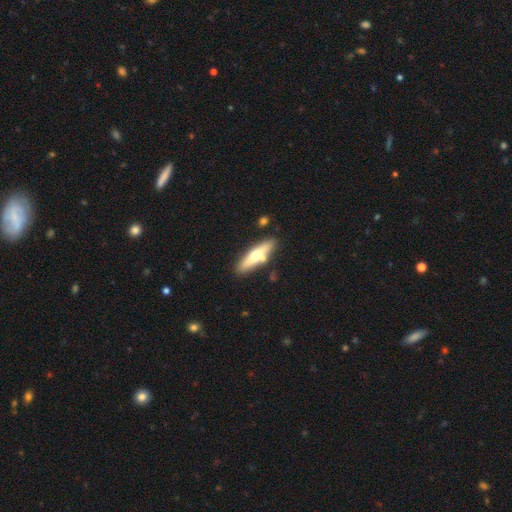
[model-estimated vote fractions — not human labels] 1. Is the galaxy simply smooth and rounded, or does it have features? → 48% smooth, 46% featured or disk, 6% star or artifact.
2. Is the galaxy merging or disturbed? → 78% none, 11% minor disturbance, 8% merger, 3% major disturbance.